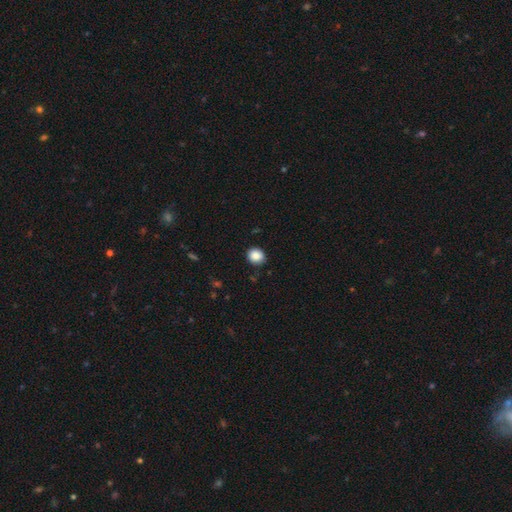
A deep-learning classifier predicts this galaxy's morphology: A smooth galaxy with no disk features (87%) that is round (79%).

Vote fractions:
- Smooth or featured? smooth: 87% / star or artifact: 9% / featured or disk: 4%
- How rounded? round: 79% / in between: 20% / cigar-shaped: 1%
- Merging? none: 88% / minor disturbance: 9% / major disturbance: 2% / merger: 1%